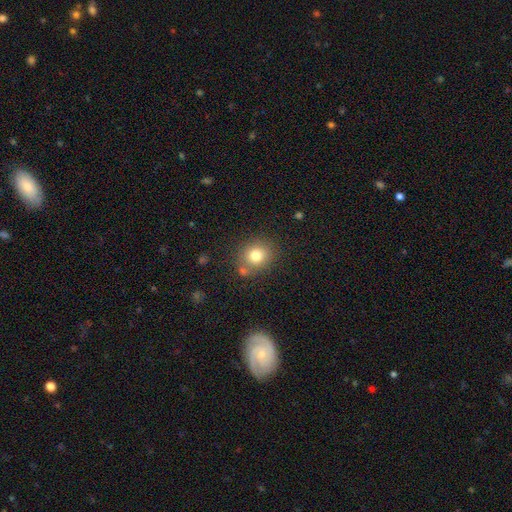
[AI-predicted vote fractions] smooth-or-featured: smooth: 77% | star or artifact: 12% | featured or disk: 11%
  how-rounded: round: 77% | in between: 22% | cigar-shaped: 1%
  merging: none: 72% | minor disturbance: 14% | merger: 10% | major disturbance: 4%